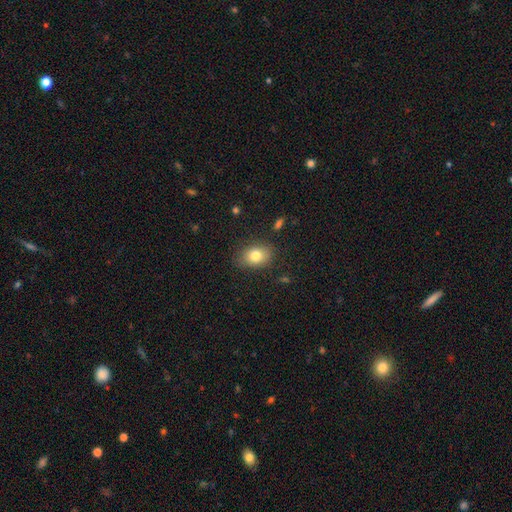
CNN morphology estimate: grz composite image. It shows a smooth galaxy with no disk features (79%) that is in between round and cigar-shaped (70%). Merging: none (82%).